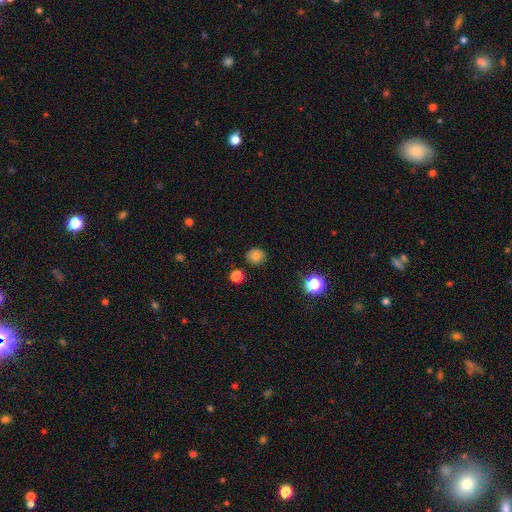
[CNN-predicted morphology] Smooth or featured? smooth (78%)
How rounded? round (78%)
Merging? none (87%)